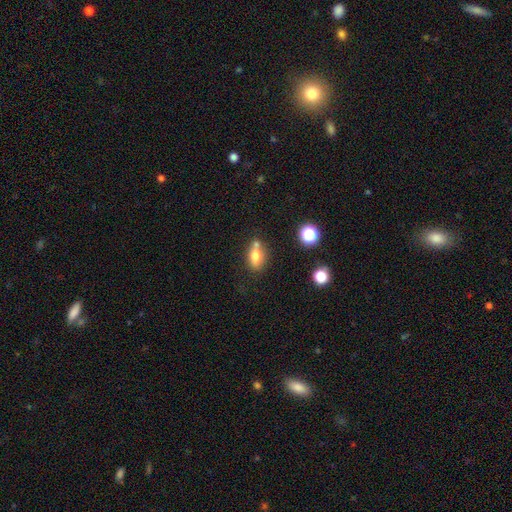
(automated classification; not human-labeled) Smooth or featured? Predicted: smooth (p=0.71). How rounded? Predicted: in between (p=0.74). Merging? Predicted: none (p=0.52).